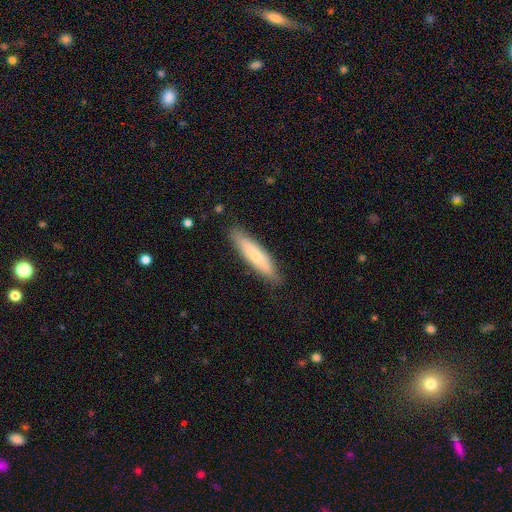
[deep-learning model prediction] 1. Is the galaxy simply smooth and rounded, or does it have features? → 66% smooth, 28% featured or disk, 6% star or artifact.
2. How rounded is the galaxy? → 80% cigar-shaped, 19% in between, 1% round.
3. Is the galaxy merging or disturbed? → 85% none, 12% minor disturbance, 2% major disturbance, 1% merger.